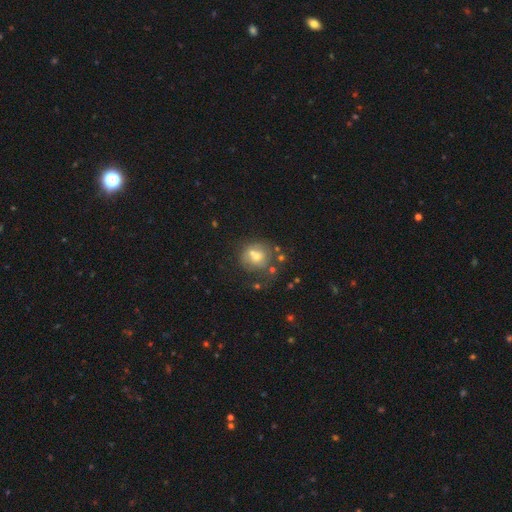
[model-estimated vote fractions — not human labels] Smooth or featured?
  - smooth: 45% *
  - featured or disk: 43%
  - star or artifact: 13%
Merging?
  - none: 42% *
  - merger: 24%
  - minor disturbance: 20%
  - major disturbance: 14%